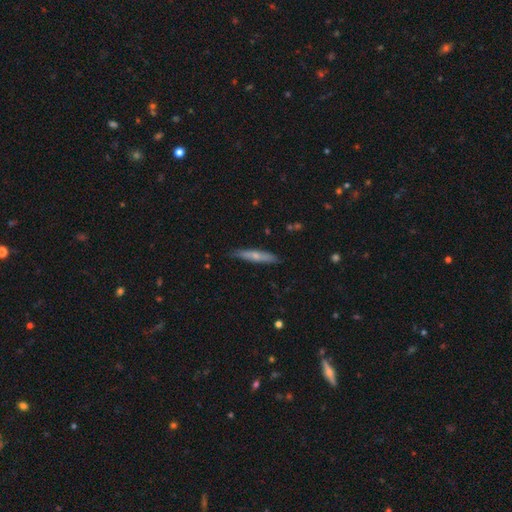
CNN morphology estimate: Smooth or featured? smooth (50%)
Merging? none (83%)